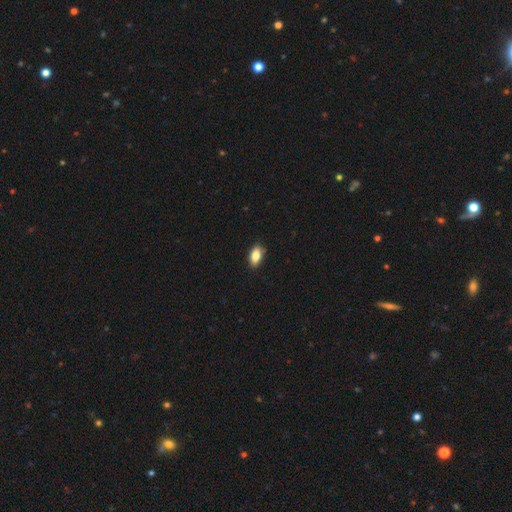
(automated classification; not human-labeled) Q: Smooth or featured?
A: smooth (84%); runner-up: featured or disk (8%)
Q: How rounded?
A: in between (90%); runner-up: cigar-shaped (5%)
Q: Merging?
A: none (87%); runner-up: minor disturbance (10%)